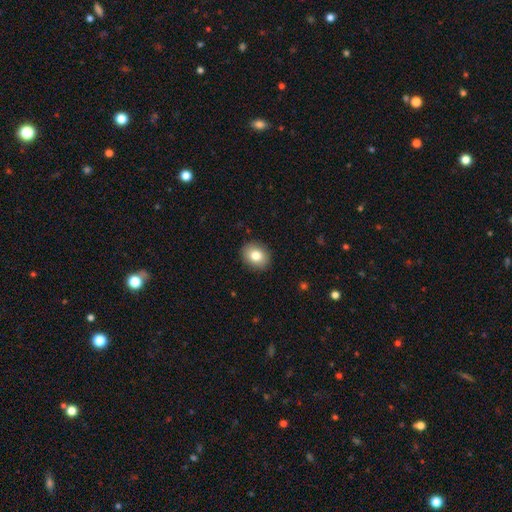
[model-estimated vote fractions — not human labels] A smooth galaxy with no disk features (82%) that is round (54%).

Vote fractions:
- Smooth or featured? smooth: 82% / featured or disk: 10% / star or artifact: 9%
- How rounded? round: 54% / in between: 45% / cigar-shaped: 1%
- Merging? none: 90% / minor disturbance: 7% / major disturbance: 2% / merger: 1%